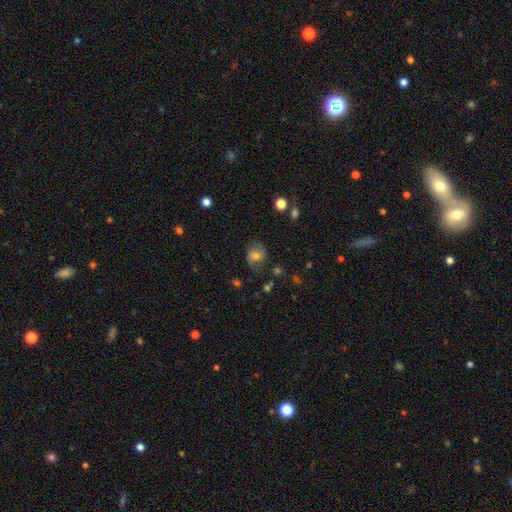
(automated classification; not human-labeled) Smooth or featured? Predicted: smooth (p=0.51). How rounded? Predicted: round (p=0.64). Merging? Predicted: none (p=0.69).